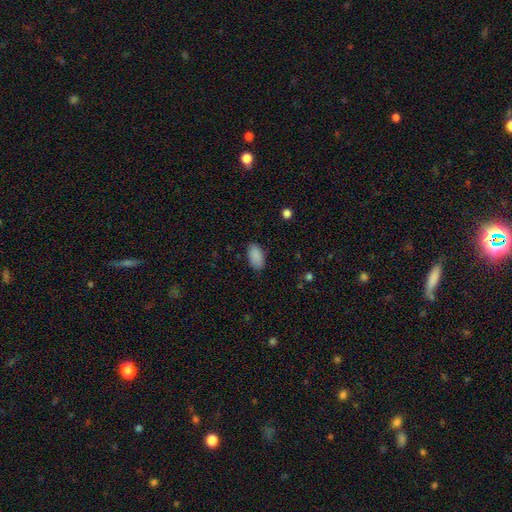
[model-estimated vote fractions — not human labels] smooth_or_featured: smooth (p=0.89) [alt: star or artifact p=0.07]
how_rounded: in between (p=0.94) [alt: round p=0.04]
merging: none (p=0.85) [alt: minor disturbance p=0.11]